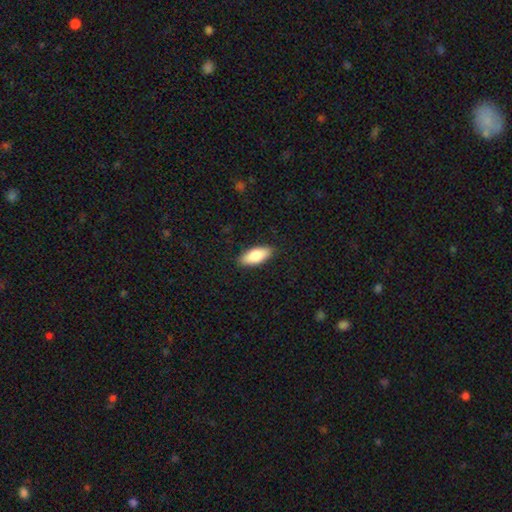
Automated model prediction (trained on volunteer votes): The model was most divided on "how rounded": in between: 82%, cigar-shaped: 16%, round: 2%. More confident: merging — none (88%); smooth or featured — smooth (82%).